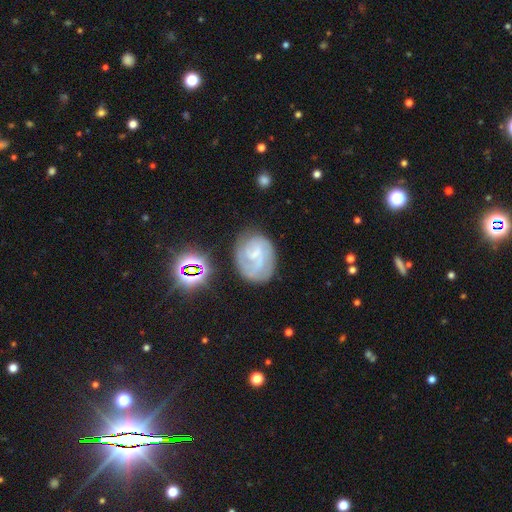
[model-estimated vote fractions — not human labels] The model was most divided on "bar": weak: 50%, no: 37%, strong: 13%. Remaining: edge-on disk — no (98%); spiral arms — yes (92%); smooth or featured — featured or disk (74%); merging — none (67%); bulge size — small (58%); spiral winding — tight (53%); spiral arm count — 2 (42%).